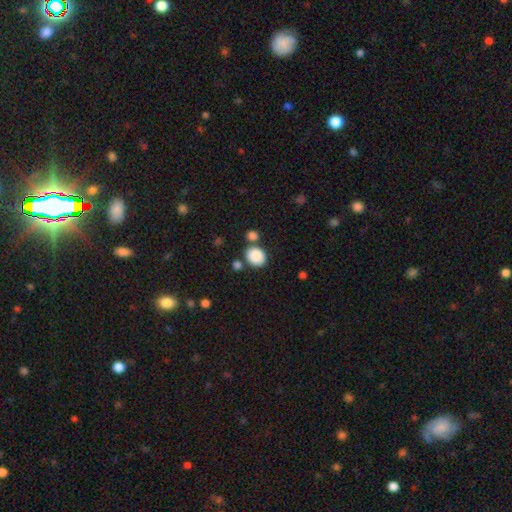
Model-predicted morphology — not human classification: type=smooth (87%); roundness=round (59%); merging=none (69%).